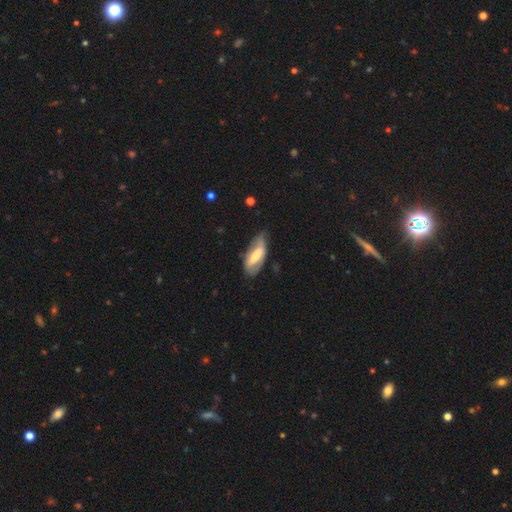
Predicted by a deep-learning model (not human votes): This is possibly a featured or disk galaxy (53%). It is clearly not viewed edge-on (82%). Merging: possibly none (55%).